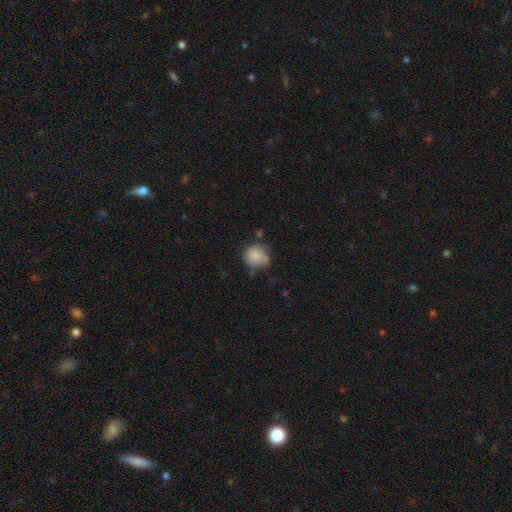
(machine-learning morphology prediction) A smooth galaxy with no disk features (80%) that is round (81%). Merging: none (57%).